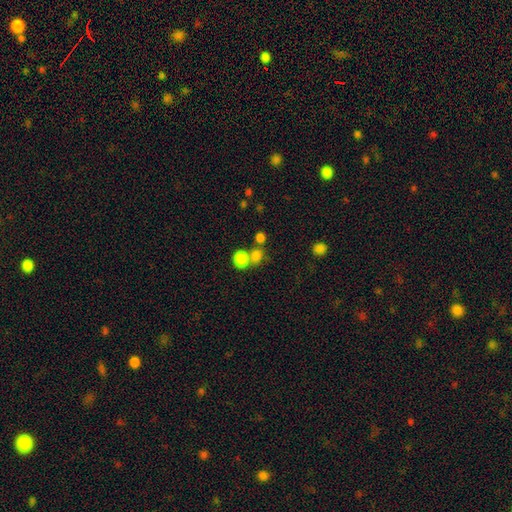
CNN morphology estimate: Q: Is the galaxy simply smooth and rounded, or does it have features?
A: smooth — 80%.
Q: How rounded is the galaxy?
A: round — 63%.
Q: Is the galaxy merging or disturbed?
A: none — 48%.